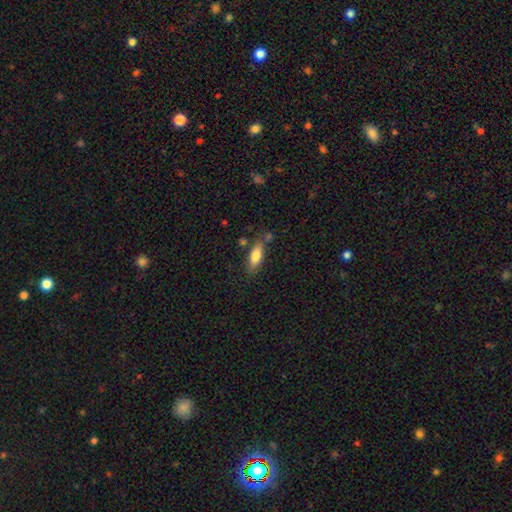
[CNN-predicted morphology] Smooth or featured? smooth (77%)
How rounded? in between (68%)
Merging? none (72%)